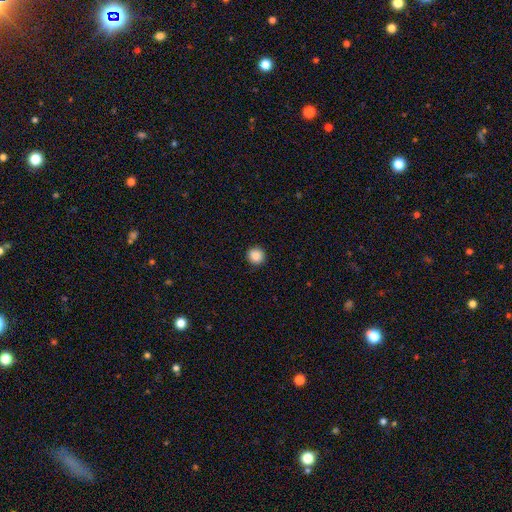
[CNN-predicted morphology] Smooth or featured?
  - smooth: 87% *
  - star or artifact: 9%
  - featured or disk: 3%
How rounded?
  - round: 94% *
  - in between: 5%
  - cigar-shaped: 1%
Merging?
  - none: 92% *
  - minor disturbance: 5%
  - major disturbance: 2%
  - merger: 1%